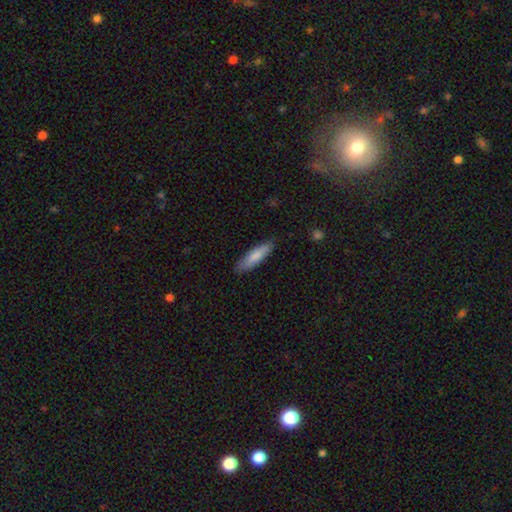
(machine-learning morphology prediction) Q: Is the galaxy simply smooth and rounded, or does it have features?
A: smooth — 80%.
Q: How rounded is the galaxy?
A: cigar-shaped — 67%.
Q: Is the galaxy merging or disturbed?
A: none — 84%.